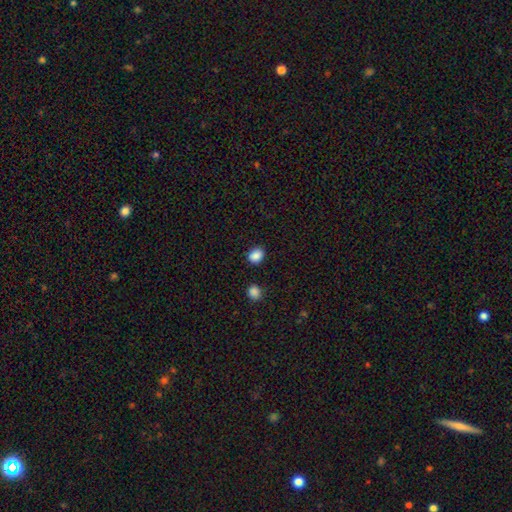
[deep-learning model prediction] smooth_or_featured: smooth (p=0.88) [alt: star or artifact p=0.09]
how_rounded: round (p=0.52) [alt: in between p=0.47]
merging: none (p=0.85) [alt: minor disturbance p=0.09]